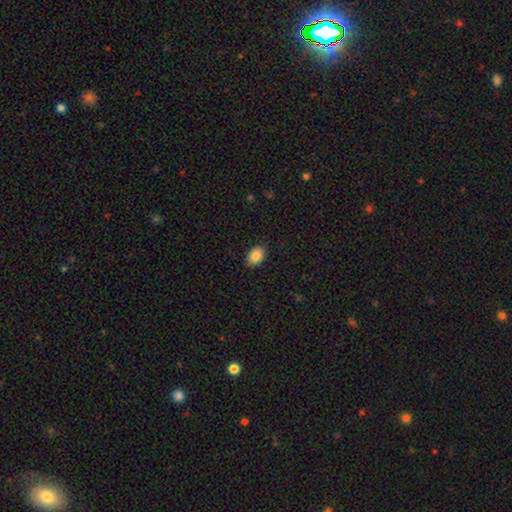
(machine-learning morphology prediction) A smooth galaxy with no disk features (87%) that is in between round and cigar-shaped (83%).

Vote fractions:
- Smooth or featured? smooth: 87% / star or artifact: 8% / featured or disk: 6%
- How rounded? in between: 83% / round: 15% / cigar-shaped: 1%
- Merging? none: 89% / minor disturbance: 9% / major disturbance: 2% / merger: 1%